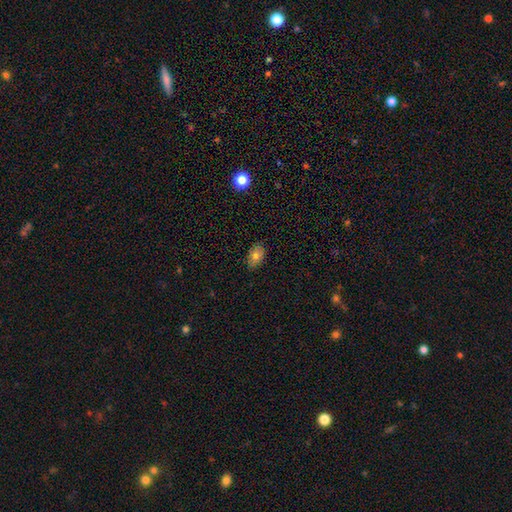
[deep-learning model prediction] Overall: smooth (75%). How rounded: in between (85%). Merging: none (83%).